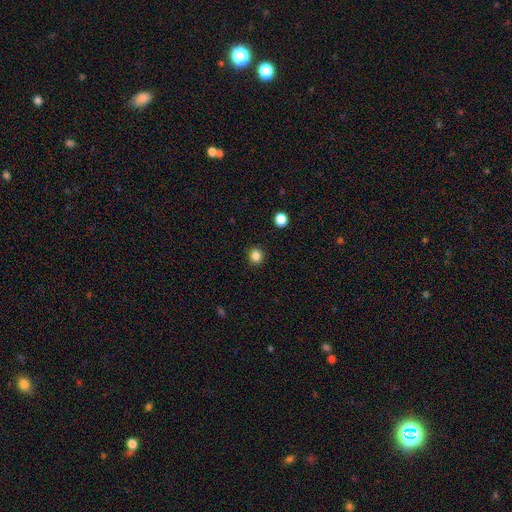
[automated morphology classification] smooth-or-featured: smooth: 85% | star or artifact: 12% | featured or disk: 3%
  how-rounded: round: 80% | in between: 19% | cigar-shaped: 1%
  merging: none: 90% | minor disturbance: 7% | major disturbance: 2% | merger: 1%